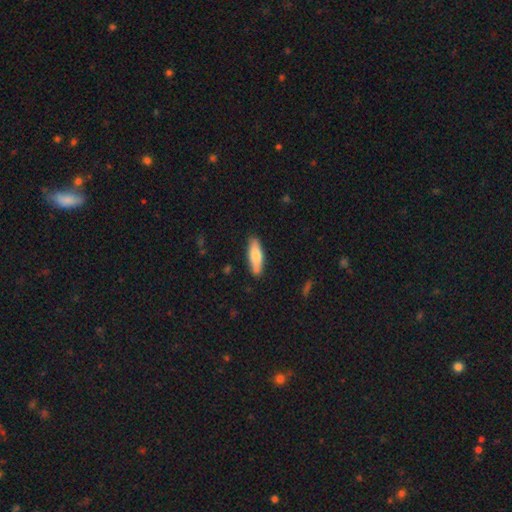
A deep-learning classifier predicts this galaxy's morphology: Smooth or featured? Predicted: smooth (p=0.74). How rounded? Predicted: cigar-shaped (p=0.50). Merging? Predicted: none (p=0.86).